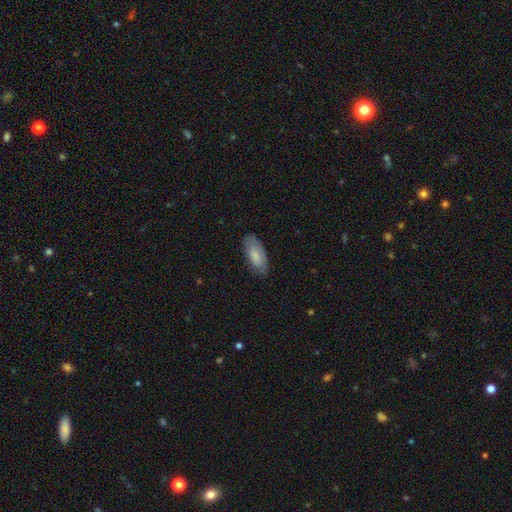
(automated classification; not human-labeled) smooth-or-featured: smooth: 78% | featured or disk: 17% | star or artifact: 6%
  how-rounded: in between: 85% | cigar-shaped: 13% | round: 2%
  merging: none: 77% | minor disturbance: 18% | major disturbance: 4% | merger: 1%